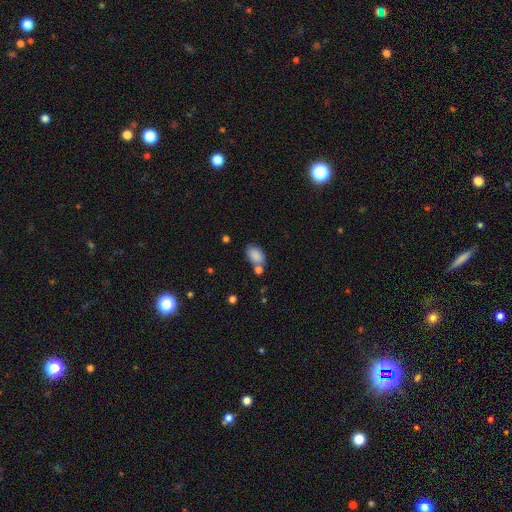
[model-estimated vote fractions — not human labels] Q: Smooth or featured?
A: smooth (86%); runner-up: star or artifact (8%)
Q: How rounded?
A: in between (89%); runner-up: round (10%)
Q: Merging?
A: none (61%); runner-up: merger (19%)